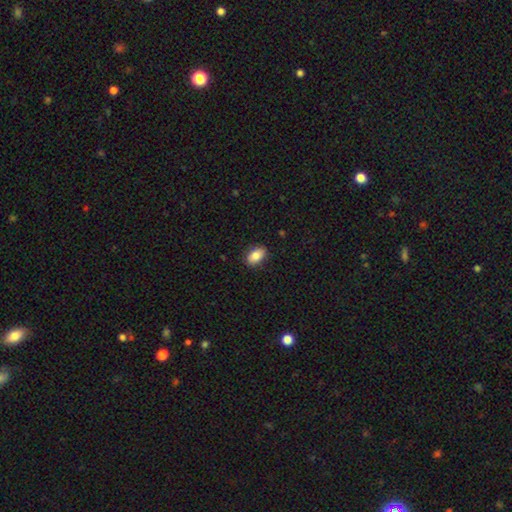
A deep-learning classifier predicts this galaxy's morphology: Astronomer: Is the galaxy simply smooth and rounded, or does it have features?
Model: smooth — 84%.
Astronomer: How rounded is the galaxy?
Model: in between — 89%.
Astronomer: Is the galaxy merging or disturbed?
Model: none — 87%.